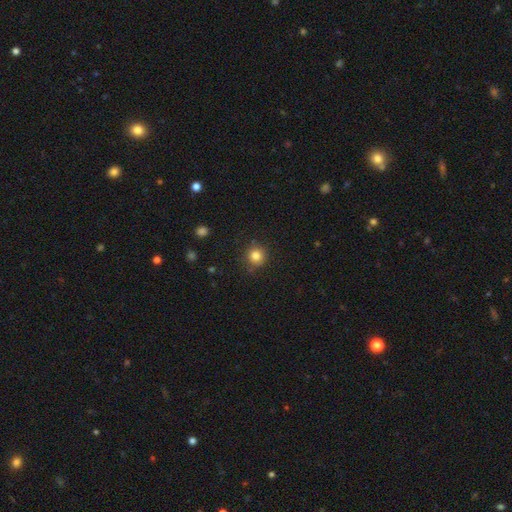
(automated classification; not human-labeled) Q: Smooth or featured?
A: smooth (83%); runner-up: star or artifact (12%)
Q: How rounded?
A: round (93%); runner-up: in between (6%)
Q: Merging?
A: none (86%); runner-up: minor disturbance (10%)